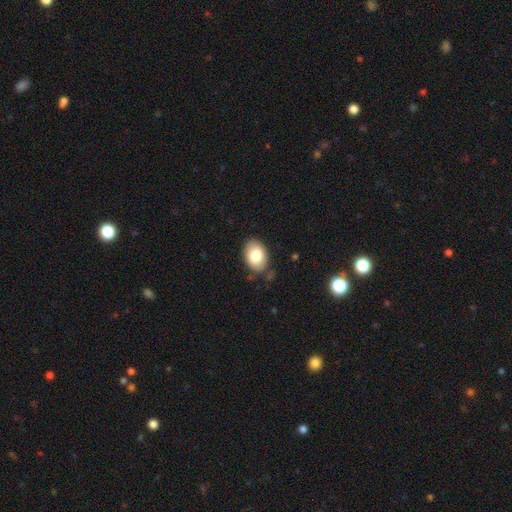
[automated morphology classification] Q: Smooth or featured?
A: smooth (81%); runner-up: featured or disk (11%)
Q: How rounded?
A: in between (83%); runner-up: round (16%)
Q: Merging?
A: none (80%); runner-up: minor disturbance (15%)